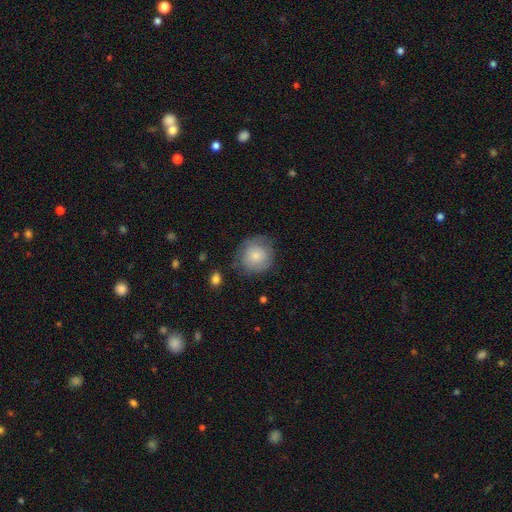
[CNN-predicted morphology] The model was most divided on "merging": none: 71%, minor disturbance: 21%, major disturbance: 7%, merger: 2%. More confident: how rounded — round (89%); smooth or featured — smooth (74%).